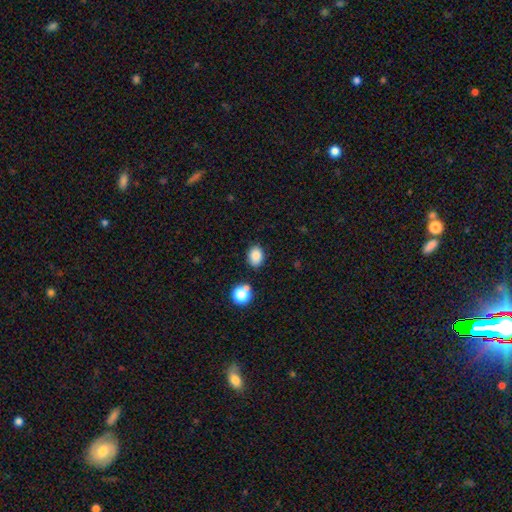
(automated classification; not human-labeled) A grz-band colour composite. It shows a smooth galaxy with no disk features (84%) that is in between round and cigar-shaped (64%). Merging: none (81%).